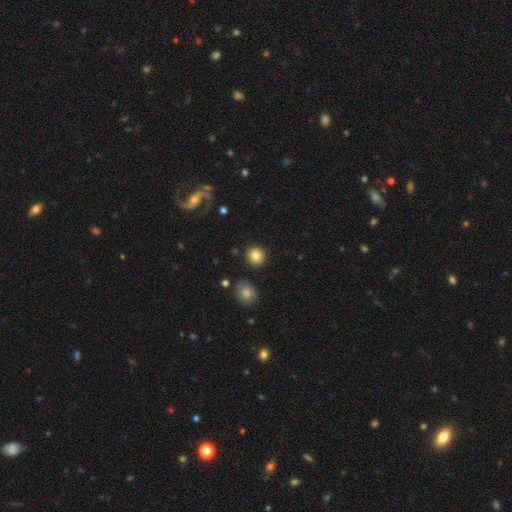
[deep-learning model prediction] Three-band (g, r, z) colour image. It shows a smooth galaxy with no disk features (85%) that is round (90%). Merging: none (90%).